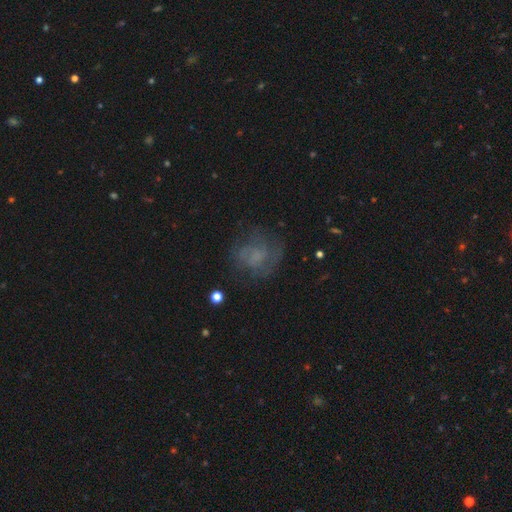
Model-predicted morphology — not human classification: Q: Smooth or featured?
A: featured or disk (49%); runner-up: smooth (34%)
Q: Merging?
A: none (61%); runner-up: minor disturbance (19%)